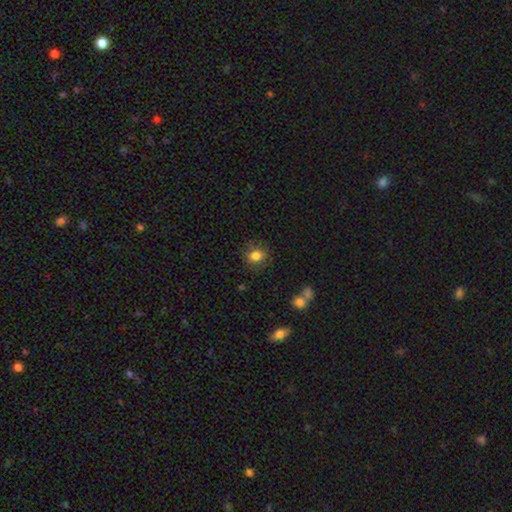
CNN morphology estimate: This is clearly a smooth galaxy (84%). How rounded: likely round (62%). Merging: clearly none (82%).